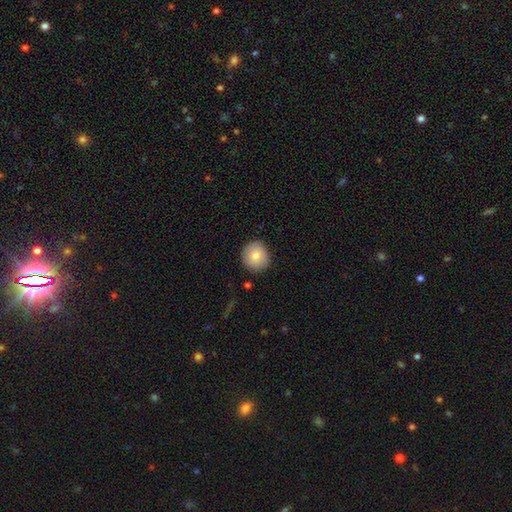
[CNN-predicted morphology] type=smooth (81%); roundness=round (91%); merging=none (87%).